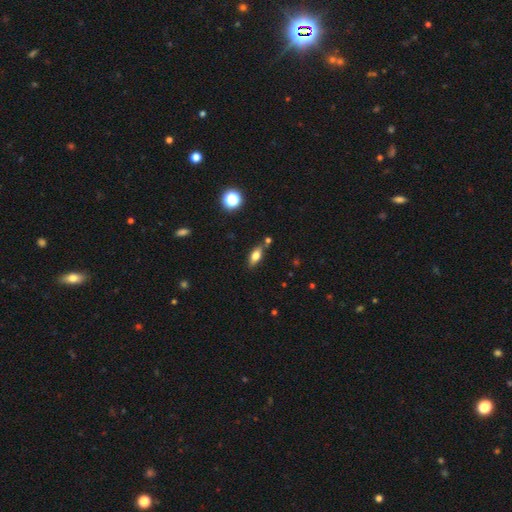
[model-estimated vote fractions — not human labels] The model was most divided on "smooth or featured": smooth: 67%, featured or disk: 23%, star or artifact: 10%. More confident: how rounded — in between (76%); merging — none (74%).